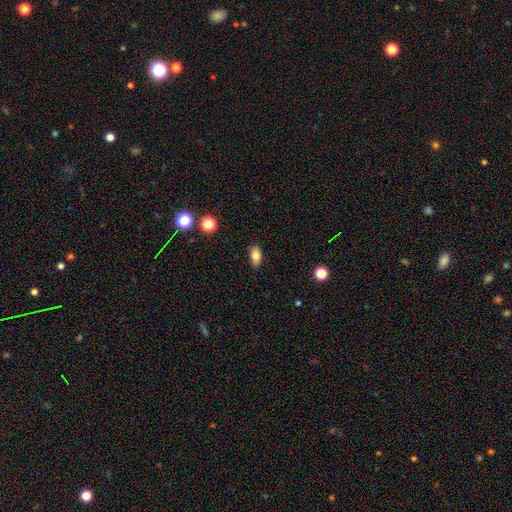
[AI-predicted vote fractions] smooth_or_featured: smooth (p=0.82) [alt: star or artifact p=0.09]
how_rounded: in between (p=0.89) [alt: round p=0.07]
merging: none (p=0.84) [alt: minor disturbance p=0.12]